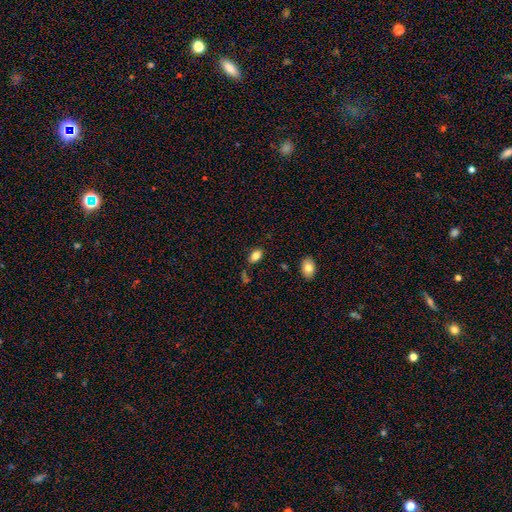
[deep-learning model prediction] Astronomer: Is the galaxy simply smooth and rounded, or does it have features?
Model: smooth — 83%.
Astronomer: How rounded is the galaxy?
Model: in between — 90%.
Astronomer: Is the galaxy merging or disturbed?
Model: none — 76%.